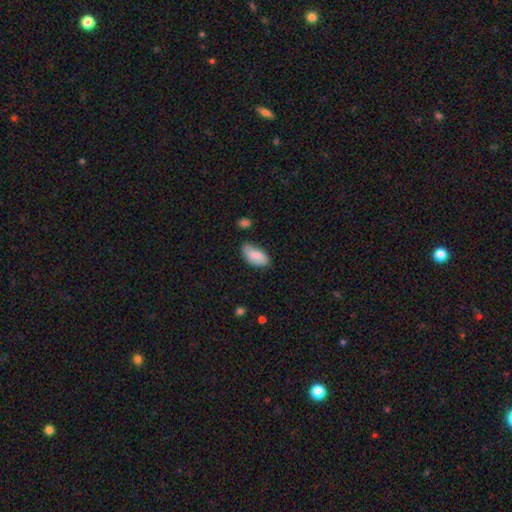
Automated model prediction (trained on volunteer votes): Morphology: type=smooth (78%); roundness=in between (94%); merging=none (60%).